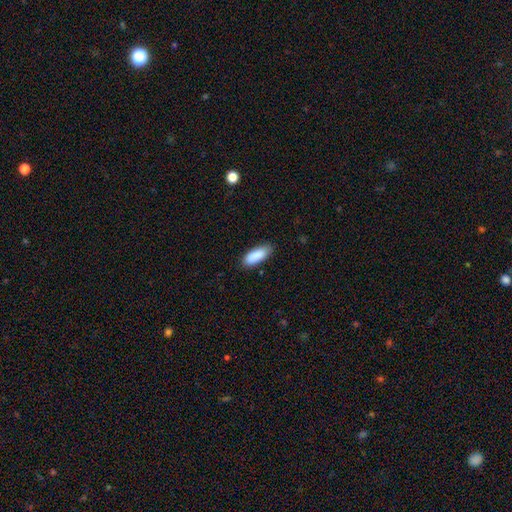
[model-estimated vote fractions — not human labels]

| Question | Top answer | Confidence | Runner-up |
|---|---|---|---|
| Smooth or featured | smooth | 90% | star or artifact (6%) |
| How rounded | in between | 76% | cigar-shaped (22%) |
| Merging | none | 83% | minor disturbance (13%) |